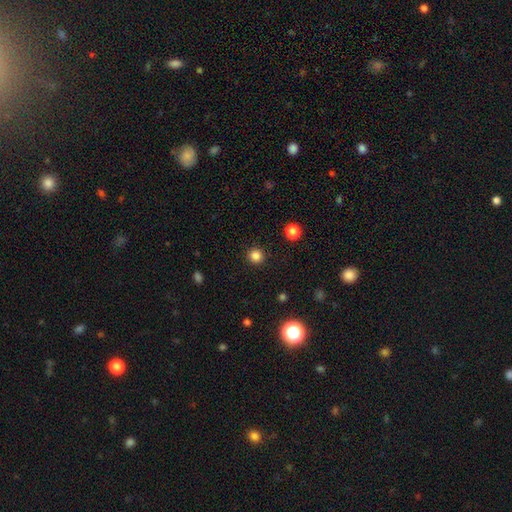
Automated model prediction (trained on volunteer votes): The model was most divided on "smooth or featured": smooth: 83%, star or artifact: 13%, featured or disk: 3%. More confident: how rounded — round (95%); merging — none (92%).